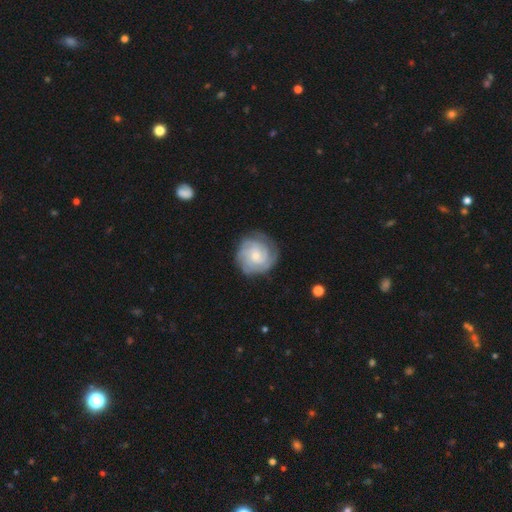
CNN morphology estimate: type=featured or disk (78%); edge-on=no (98%); bar=no (72%); spiral arms=yes (95%); winding=tight (74%); arm count=can't tell (33%); bulge=small (59%); merging=none (79%).